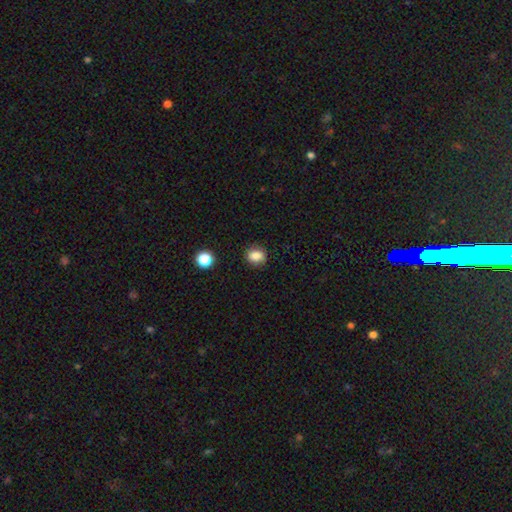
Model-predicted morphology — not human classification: Smooth or featured? Predicted: smooth (p=0.84). How rounded? Predicted: round (p=0.64). Merging? Predicted: none (p=0.83).